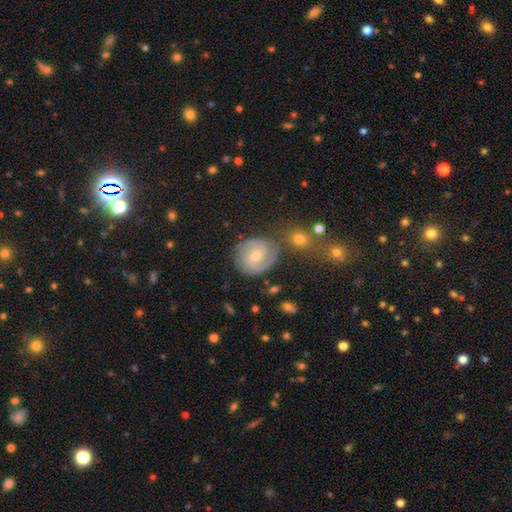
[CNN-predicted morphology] Smooth or featured?
  - featured or disk: 77% *
  - smooth: 17%
  - star or artifact: 7%
Edge-on disk?
  - no: 98% *
  - yes: 2%
Bar?
  - weak: 47% *
  - no: 44%
  - strong: 9%
Spiral arms?
  - yes: 94% *
  - no: 6%
Spiral winding?
  - tight: 57% *
  - medium: 33%
  - loose: 9%
Spiral arm count?
  - 2: 61% *
  - can't tell: 18%
  - 3: 10%
  - 1: 5%
  - 4: 3%
  - more than 4: 3%
Bulge size?
  - small: 53% *
  - moderate: 44%
  - large: 1%
  - none: 1%
  - dominant: 1%
Merging?
  - none: 71% *
  - minor disturbance: 16%
  - merger: 8%
  - major disturbance: 6%